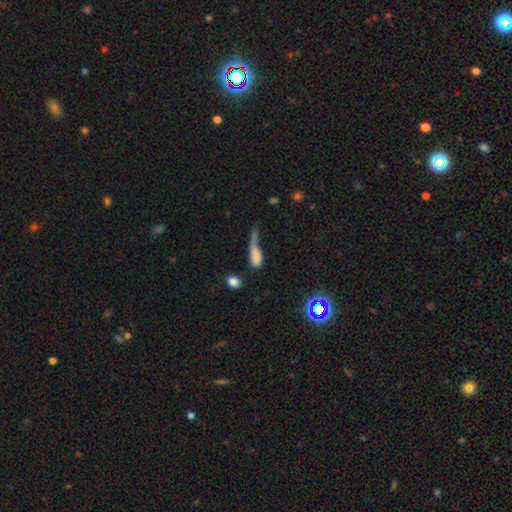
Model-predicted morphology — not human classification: This appears to be a smooth galaxy with no disk features (67%) that is in between round and cigar-shaped (61%). Merging: major disturbance (40%).